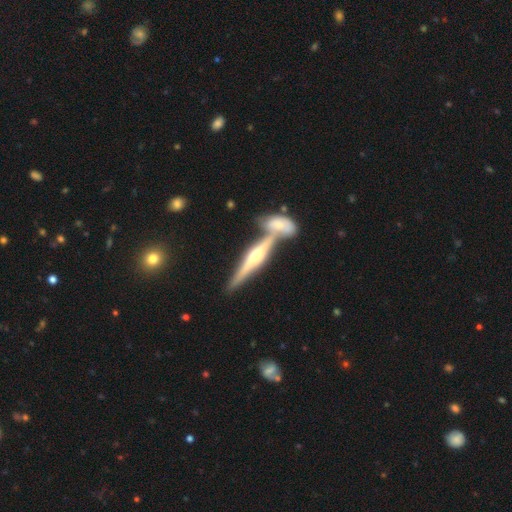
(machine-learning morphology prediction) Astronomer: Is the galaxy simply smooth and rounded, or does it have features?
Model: featured or disk — 76%.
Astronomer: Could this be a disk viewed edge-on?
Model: yes — 96%.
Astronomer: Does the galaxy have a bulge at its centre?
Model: rounded — 89%.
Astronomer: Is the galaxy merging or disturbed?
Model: none — 54% (runner-up: merger, 34%).